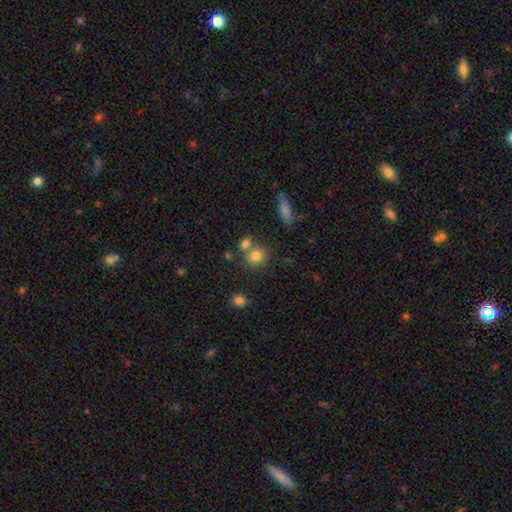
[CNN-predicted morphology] A smooth galaxy with no disk features (80%) that is round (79%). Merging: none (57%).